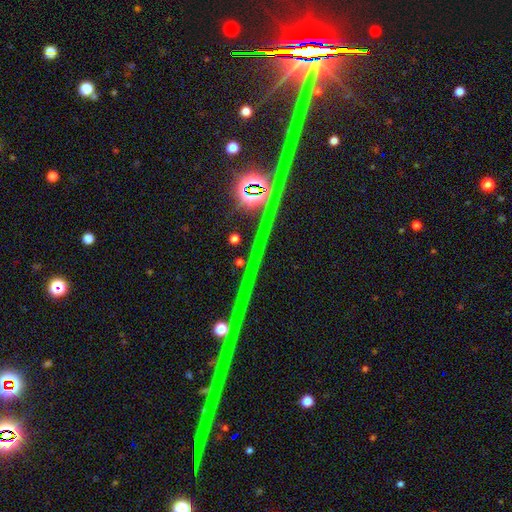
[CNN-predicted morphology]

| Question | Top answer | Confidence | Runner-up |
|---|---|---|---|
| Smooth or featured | star or artifact | 83% | featured or disk (11%) |